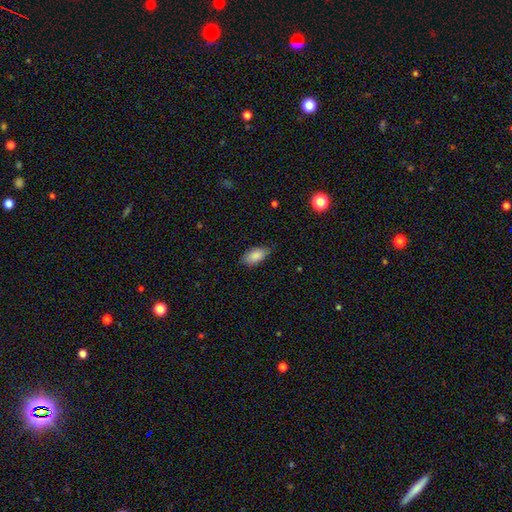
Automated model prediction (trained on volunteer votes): Morphology: type=smooth (86%); roundness=in between (92%); merging=none (69%).